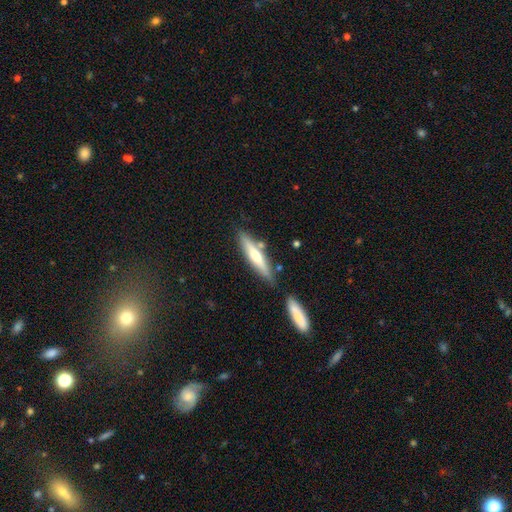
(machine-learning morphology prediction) A smooth galaxy with no disk features (49%).

Vote fractions:
- Smooth or featured? smooth: 49% / featured or disk: 45% / star or artifact: 6%
- Merging? none: 73% / minor disturbance: 13% / merger: 11% / major disturbance: 3%